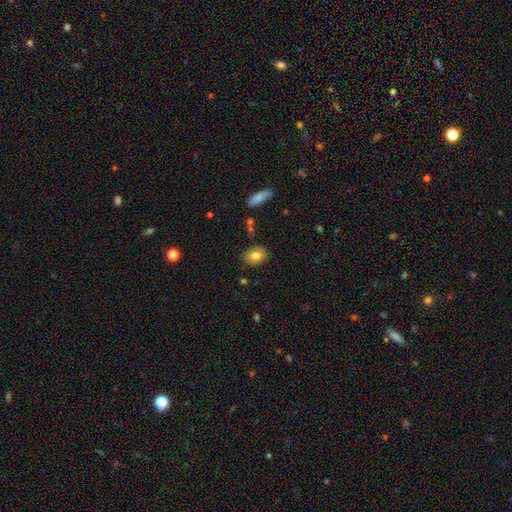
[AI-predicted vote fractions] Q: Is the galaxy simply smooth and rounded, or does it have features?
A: smooth — 78%.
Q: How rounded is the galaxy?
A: in between — 62%.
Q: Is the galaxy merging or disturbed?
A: none — 85%.